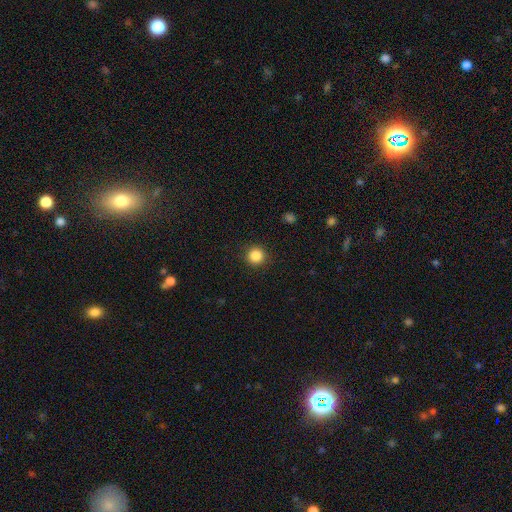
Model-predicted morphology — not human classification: Smooth or featured? smooth (85%)
How rounded? round (95%)
Merging? none (91%)